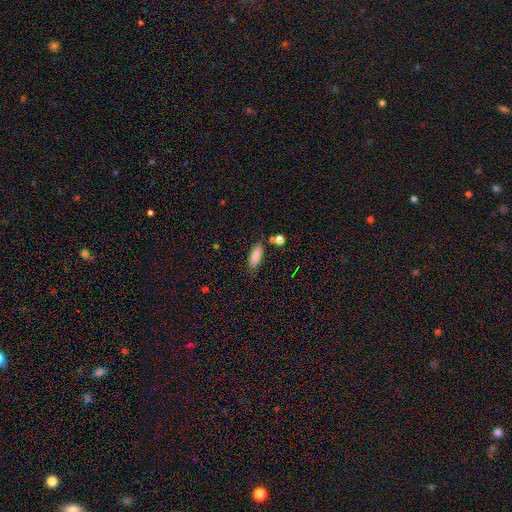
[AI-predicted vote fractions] Smooth or featured? smooth (85%)
How rounded? in between (65%)
Merging? none (73%)